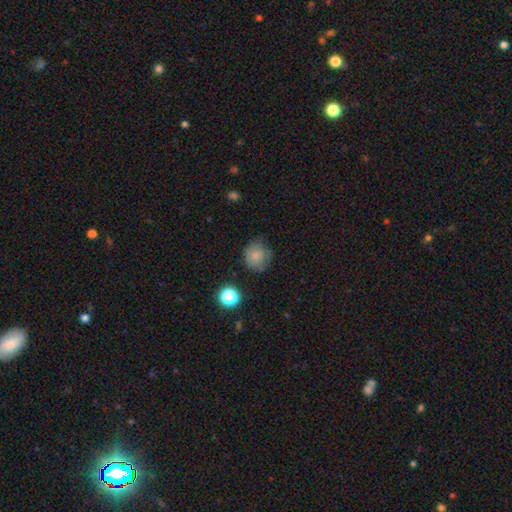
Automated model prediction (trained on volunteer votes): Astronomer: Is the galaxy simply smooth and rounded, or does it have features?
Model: smooth — 79%.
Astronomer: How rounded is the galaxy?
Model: round — 84%.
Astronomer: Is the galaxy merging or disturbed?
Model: none — 68%.